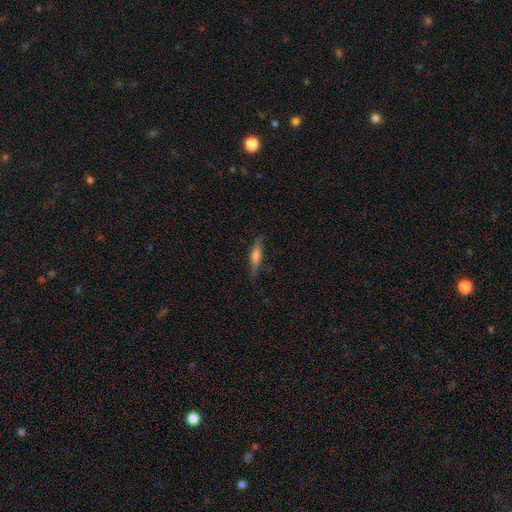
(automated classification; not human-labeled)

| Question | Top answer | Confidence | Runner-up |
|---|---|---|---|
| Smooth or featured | smooth | 54% | featured or disk (40%) |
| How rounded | cigar-shaped | 82% | in between (16%) |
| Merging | none | 82% | minor disturbance (14%) |